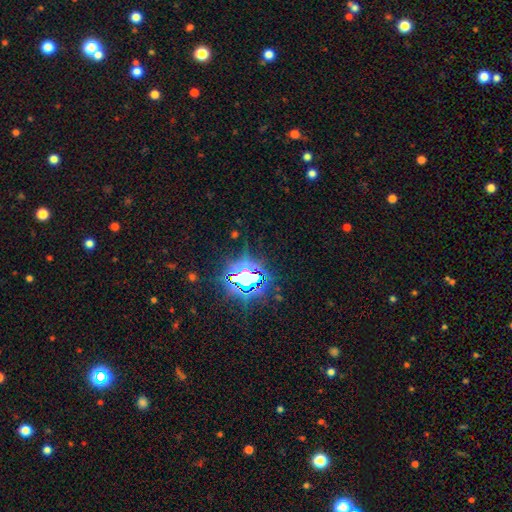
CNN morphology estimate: Smooth or featured: star or artifact — 83% (smooth — 10%)